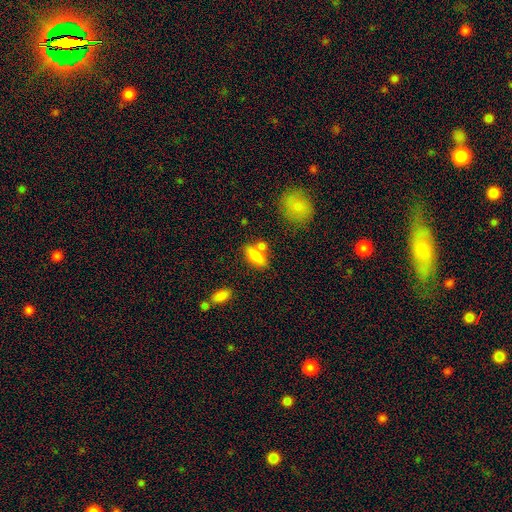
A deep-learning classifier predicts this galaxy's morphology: A smooth galaxy with no disk features (75%) that is in between round and cigar-shaped (79%).

Vote fractions:
- Smooth or featured? smooth: 75% / featured or disk: 17% / star or artifact: 8%
- How rounded? in between: 79% / cigar-shaped: 15% / round: 6%
- Merging? none: 59% / merger: 22% / minor disturbance: 14% / major disturbance: 5%